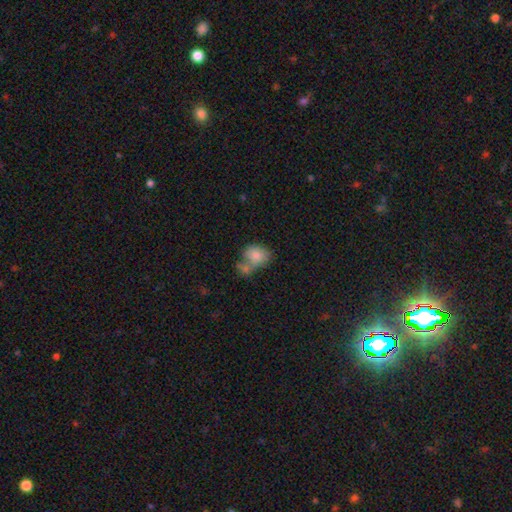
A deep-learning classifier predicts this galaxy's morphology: The model was most divided on "merging": merger: 46%, none: 31%, minor disturbance: 15%, major disturbance: 8%. More confident: smooth or featured — smooth (80%); how rounded — in between (58%).